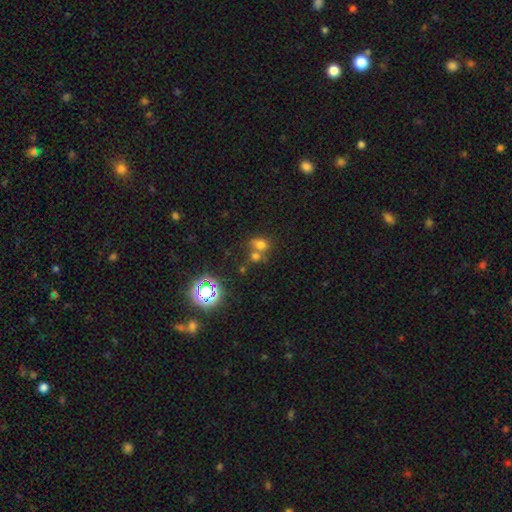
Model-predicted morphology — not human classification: Smooth or featured? star or artifact (46%)